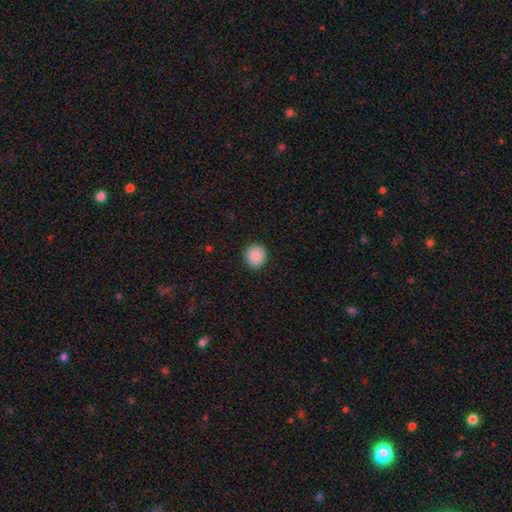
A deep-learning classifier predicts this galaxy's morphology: A smooth galaxy with no disk features (89%) that is round (89%). Merging: none (92%).